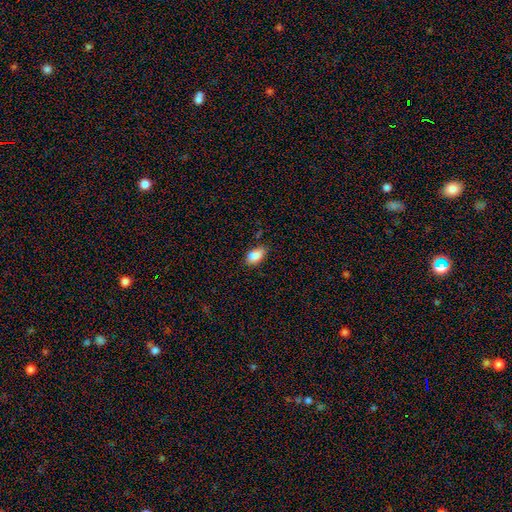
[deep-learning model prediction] Smooth or featured: smooth — 87% (star or artifact — 8%)
How rounded: in between — 91% (round — 6%)
Merging: none — 70% (minor disturbance — 24%)